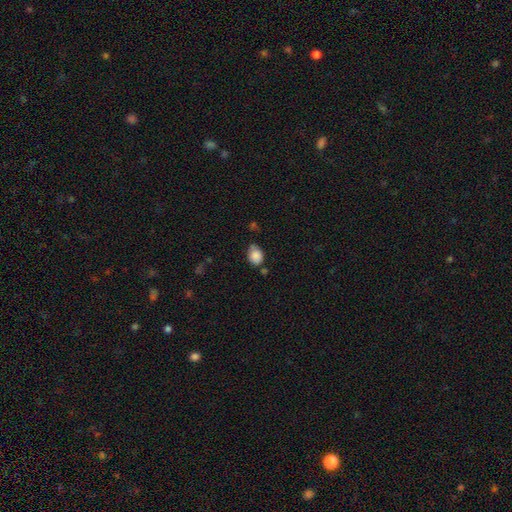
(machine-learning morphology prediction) Smooth or featured? smooth (86%)
How rounded? in between (64%)
Merging? none (59%)